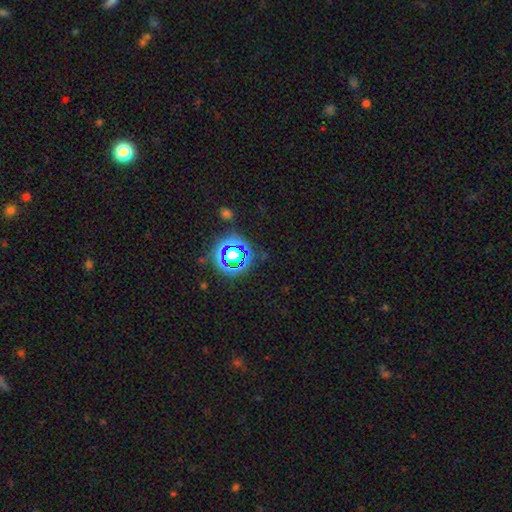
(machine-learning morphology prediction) The model was most divided on "smooth or featured": star or artifact: 73%, smooth: 18%, featured or disk: 9%.